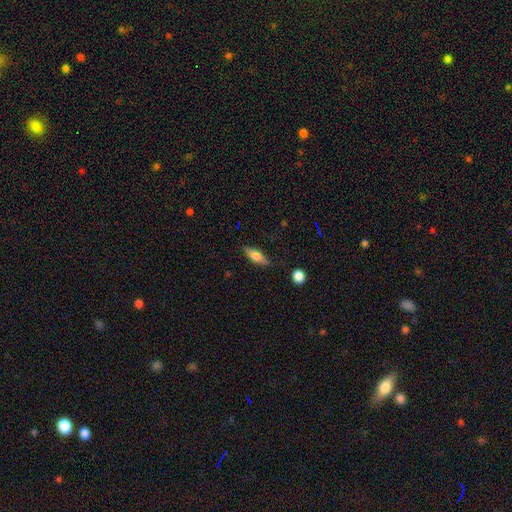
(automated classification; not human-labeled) A smooth galaxy with no disk features (54%) that is in between round and cigar-shaped (57%). Merging: none (79%).